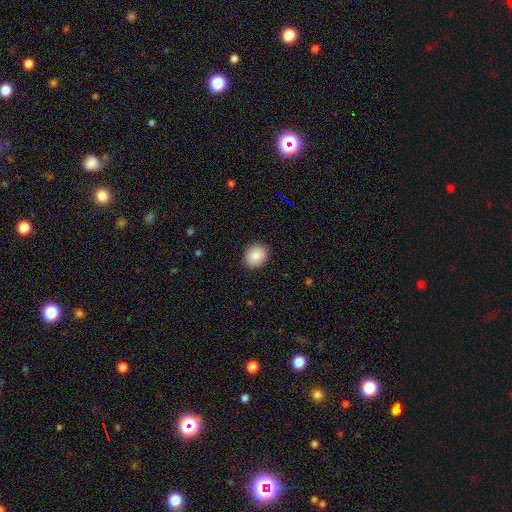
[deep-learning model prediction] Q: Smooth or featured?
A: smooth (84%); runner-up: star or artifact (8%)
Q: How rounded?
A: round (64%); runner-up: in between (35%)
Q: Merging?
A: none (90%); runner-up: minor disturbance (7%)